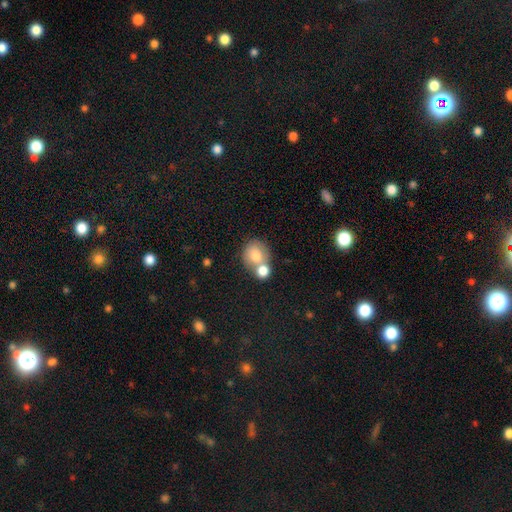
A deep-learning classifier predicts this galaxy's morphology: A smooth galaxy with no disk features (78%) that is round (74%).

Vote fractions:
- Smooth or featured? smooth: 78% / featured or disk: 13% / star or artifact: 9%
- How rounded? round: 74% / in between: 25% / cigar-shaped: 1%
- Merging? merger: 46% / none: 41% / minor disturbance: 9% / major disturbance: 4%